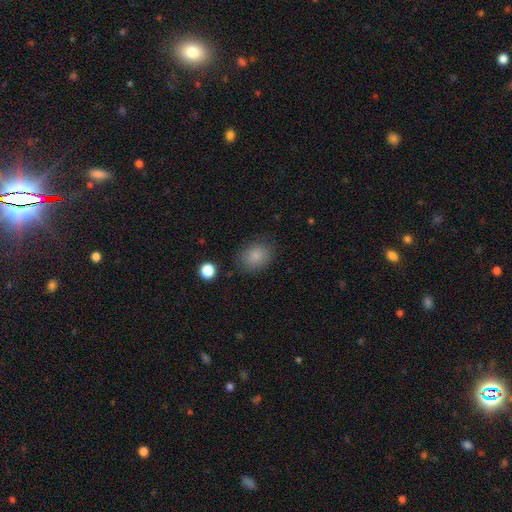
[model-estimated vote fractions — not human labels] This is clearly a smooth galaxy (84%). How rounded: possibly in between (56%). Merging: clearly none (81%).